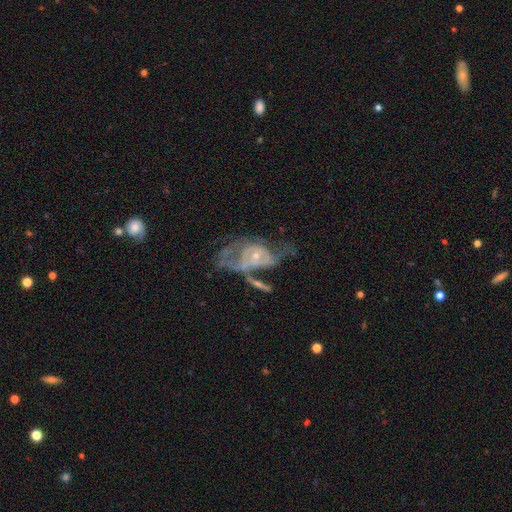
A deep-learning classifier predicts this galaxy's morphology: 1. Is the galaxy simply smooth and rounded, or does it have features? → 73% featured or disk, 18% smooth, 9% star or artifact.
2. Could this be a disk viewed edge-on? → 95% no, 5% yes.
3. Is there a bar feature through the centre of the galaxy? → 76% no, 20% weak, 5% strong.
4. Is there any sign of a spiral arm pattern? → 60% yes, 40% no.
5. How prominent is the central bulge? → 63% small, 31% moderate, 3% none, 2% large, 1% dominant.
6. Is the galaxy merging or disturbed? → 43% major disturbance, 25% merger, 18% none, 14% minor disturbance.